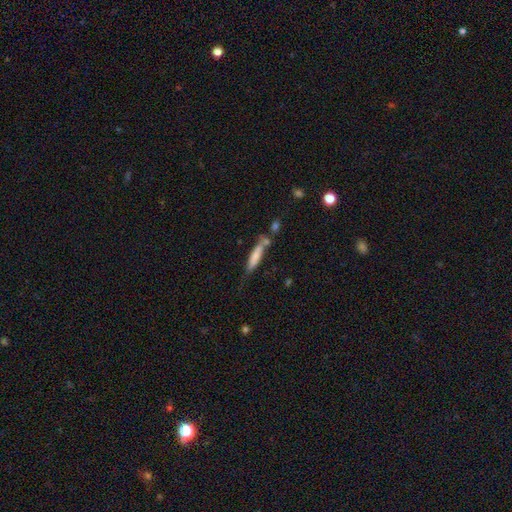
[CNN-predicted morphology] Smooth or featured?
  - smooth: 74% *
  - featured or disk: 20%
  - star or artifact: 7%
How rounded?
  - cigar-shaped: 80% *
  - in between: 18%
  - round: 2%
Merging?
  - none: 52% *
  - merger: 21%
  - minor disturbance: 20%
  - major disturbance: 7%